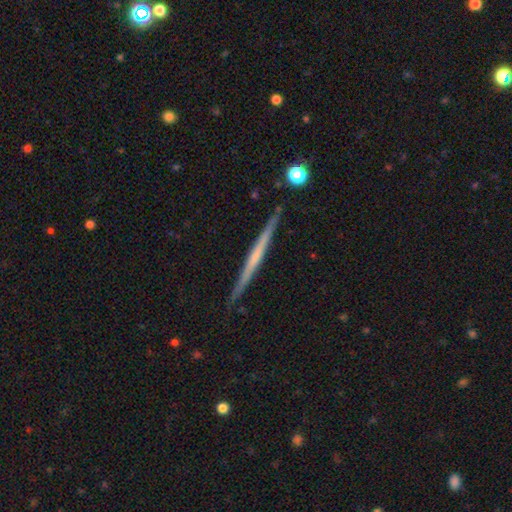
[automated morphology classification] The model was most divided on "smooth or featured": featured or disk: 64%, smooth: 30%, star or artifact: 6%. More confident: edge-on disk — yes (98%); merging — none (91%); edge-on bulge — none (78%).